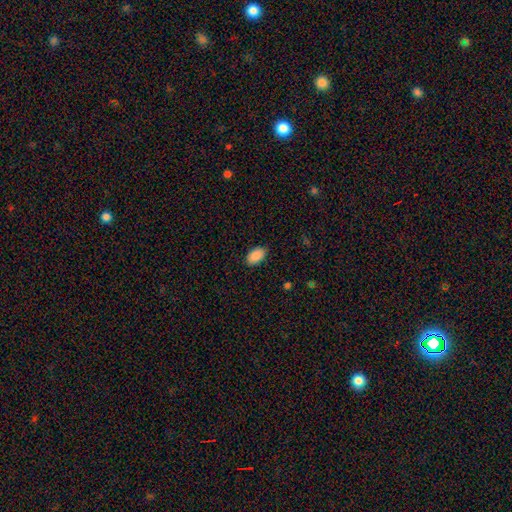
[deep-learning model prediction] smooth 90%, star or artifact 7%, featured or disk 3%. Down the decision tree: how rounded — in between (94%); merging — none (87%).